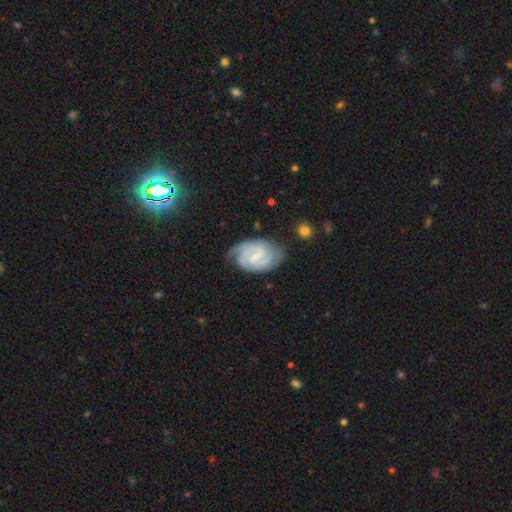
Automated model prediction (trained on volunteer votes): smooth-or-featured: featured or disk: 85% | smooth: 9% | star or artifact: 5%
  disk-edge-on: no: 97% | yes: 3%
    bar: weak: 58% | strong: 24% | no: 18%
    has-spiral-arms: yes: 97% | no: 3%
      spiral-winding: tight: 58% | medium: 35% | loose: 7%
      spiral-arm-count: 2: 71% | 3: 12% | can't tell: 10% | 4: 3% | 1: 3% | more than 4: 2%
    bulge-size: small: 60% | none: 19% | moderate: 19% | large: 1% | dominant: 1%
  merging: none: 74% | minor disturbance: 19% | major disturbance: 6% | merger: 2%